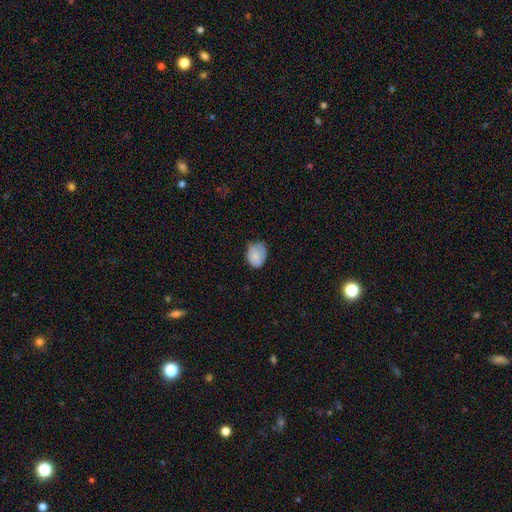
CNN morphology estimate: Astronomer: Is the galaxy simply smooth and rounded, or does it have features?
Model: smooth — 83%.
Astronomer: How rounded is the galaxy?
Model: in between — 60% (runner-up: round, 39%).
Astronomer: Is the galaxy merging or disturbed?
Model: none — 54% (runner-up: minor disturbance, 37%).